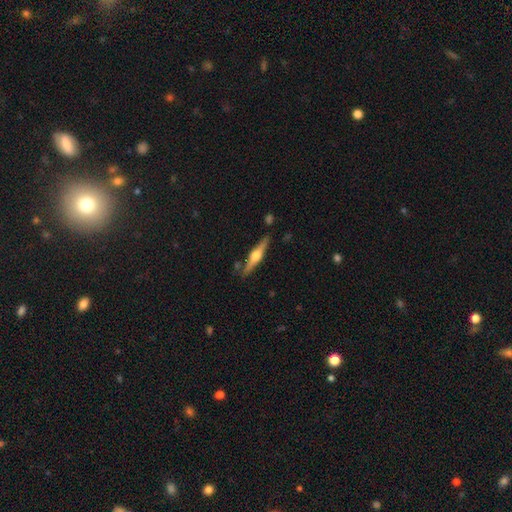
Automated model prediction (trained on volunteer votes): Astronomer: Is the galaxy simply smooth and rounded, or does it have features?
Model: featured or disk — 75%.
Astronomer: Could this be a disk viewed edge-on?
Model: yes — 98%.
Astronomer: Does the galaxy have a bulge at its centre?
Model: rounded — 95%.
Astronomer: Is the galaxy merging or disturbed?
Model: none — 85%.